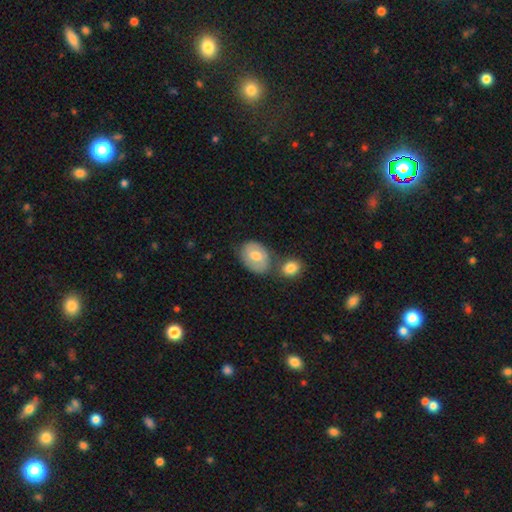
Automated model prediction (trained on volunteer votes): The model was most divided on "merging": none: 54%, merger: 24%, minor disturbance: 17%, major disturbance: 5%. More confident: how rounded — in between (70%); smooth or featured — smooth (66%).